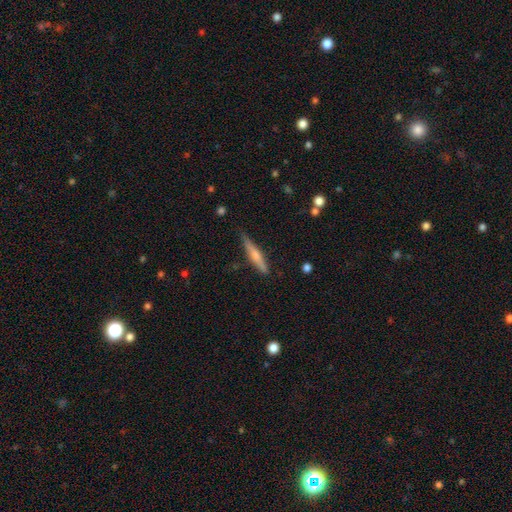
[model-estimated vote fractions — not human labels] This appears to be a smooth galaxy with no disk features (50%). Merging: none (83%).